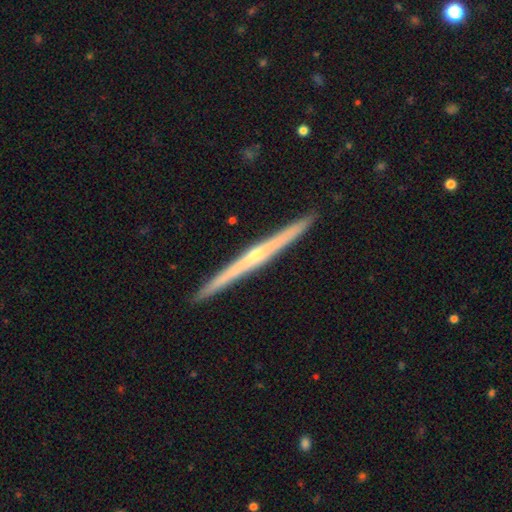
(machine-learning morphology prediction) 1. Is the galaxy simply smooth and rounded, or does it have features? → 78% featured or disk, 16% smooth, 5% star or artifact.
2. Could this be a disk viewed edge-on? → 98% yes, 2% no.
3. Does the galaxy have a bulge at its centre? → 65% rounded, 30% none, 4% boxy.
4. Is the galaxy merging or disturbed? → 93% none, 5% minor disturbance, 1% major disturbance, 1% merger.